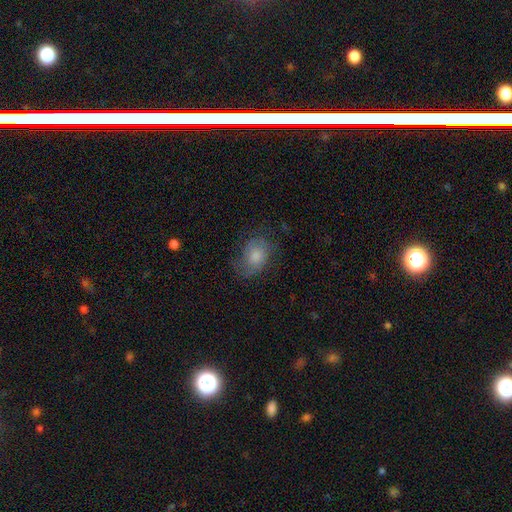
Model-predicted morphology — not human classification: This is possibly a smooth galaxy (49%). Merging: likely none (67%).